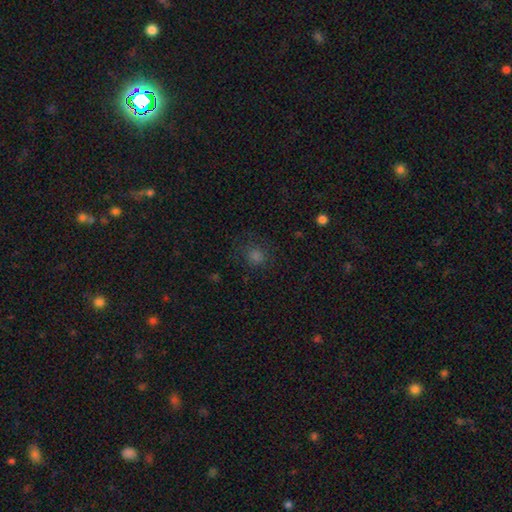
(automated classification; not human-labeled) This is likely a smooth galaxy (67%). How rounded: clearly round (86%). Merging: likely none (79%).